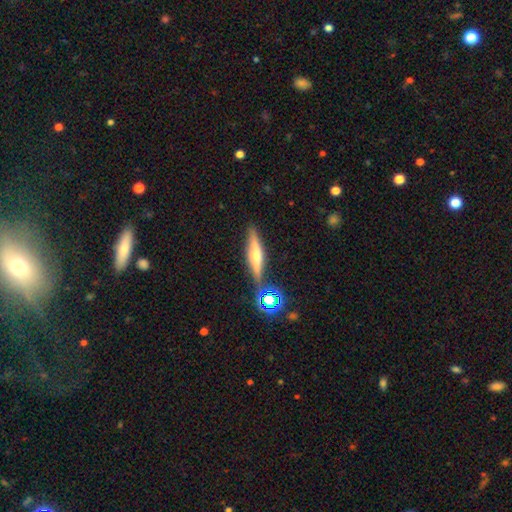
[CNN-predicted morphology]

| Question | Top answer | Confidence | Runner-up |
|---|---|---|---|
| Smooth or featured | featured or disk | 65% | smooth (25%) |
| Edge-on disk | yes | 95% | no (5%) |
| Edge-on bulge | rounded | 86% | boxy (8%) |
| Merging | none | 82% | minor disturbance (10%) |